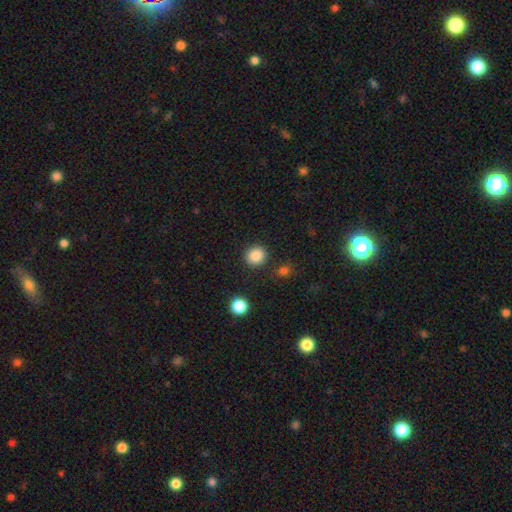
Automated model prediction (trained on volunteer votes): Overall: smooth (86%). How rounded: round (89%). Merging: none (88%).